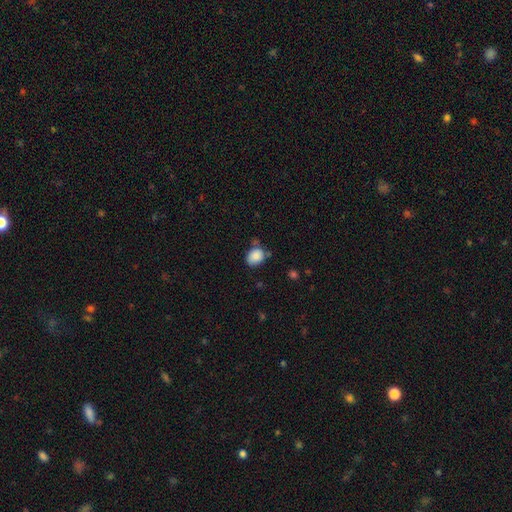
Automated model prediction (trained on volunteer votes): Morphology: type=smooth (86%); roundness=in between (53%); merging=none (61%).